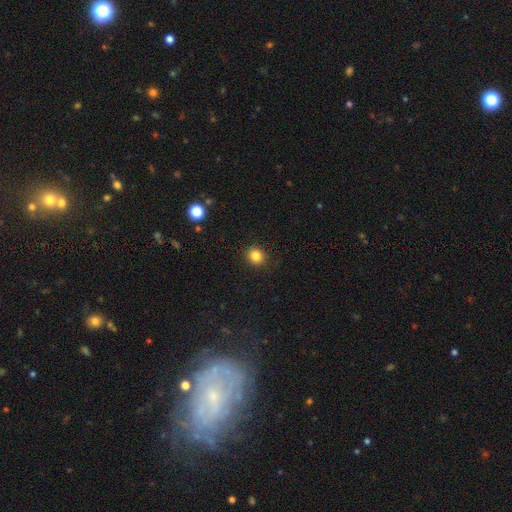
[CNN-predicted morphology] Smooth or featured?
  - smooth: 84% *
  - star or artifact: 12%
  - featured or disk: 4%
How rounded?
  - round: 85% *
  - in between: 14%
  - cigar-shaped: 1%
Merging?
  - none: 91% *
  - minor disturbance: 6%
  - major disturbance: 2%
  - merger: 1%